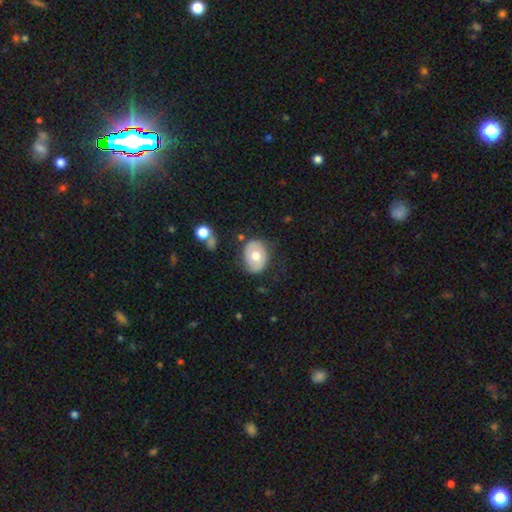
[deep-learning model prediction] Smooth or featured? smooth (61%)
How rounded? in between (68%)
Merging? none (74%)